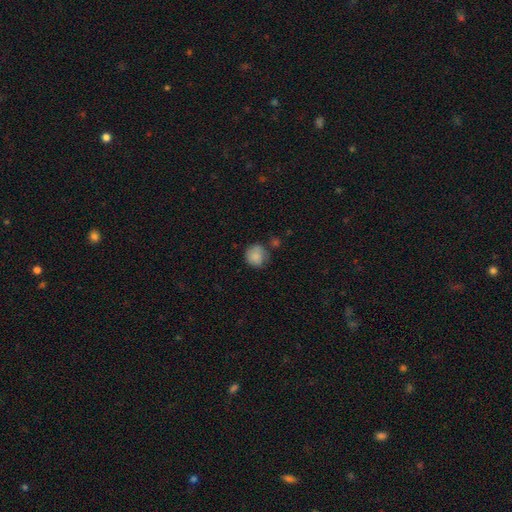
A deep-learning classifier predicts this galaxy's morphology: Smooth or featured? Predicted: smooth (p=0.84). How rounded? Predicted: round (p=0.86). Merging? Predicted: none (p=0.65).